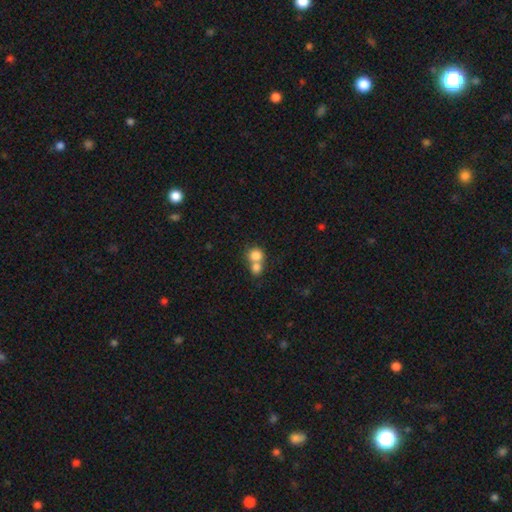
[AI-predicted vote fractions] Morphology: type=smooth (81%); roundness=round (77%); merging=merger (59%).